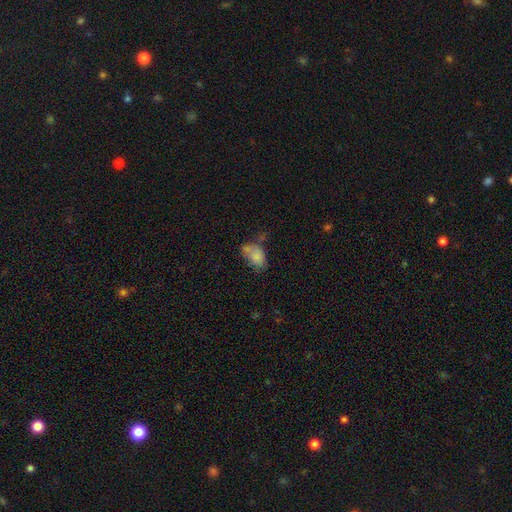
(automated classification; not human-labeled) This is likely a smooth galaxy (75%). How rounded: clearly in between (86%). Merging: marginally none (37%).